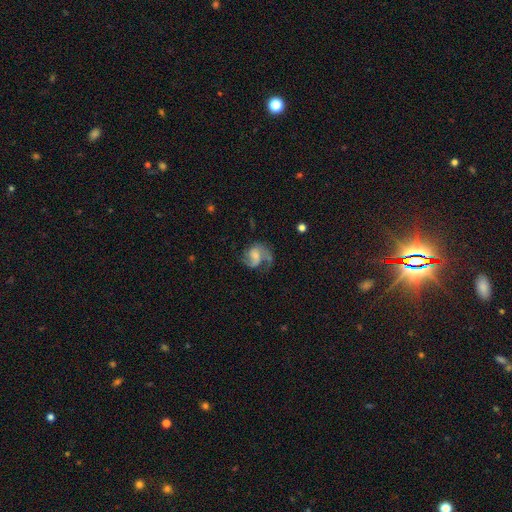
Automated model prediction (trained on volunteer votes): smooth_or_featured: featured or disk (p=0.76) [alt: smooth p=0.17]
disk_edge_on: no (p=0.98) [alt: yes p=0.02]
bar: no (p=0.53) [alt: weak p=0.38]
has_spiral_arms: yes (p=0.93) [alt: no p=0.07]
spiral_winding: medium (p=0.50) [alt: loose p=0.32]
spiral_arm_count: 2 (p=0.73) [alt: 1 p=0.16]
bulge_size: small (p=0.47) [alt: moderate p=0.36]
merging: none (p=0.55) [alt: major disturbance p=0.21]